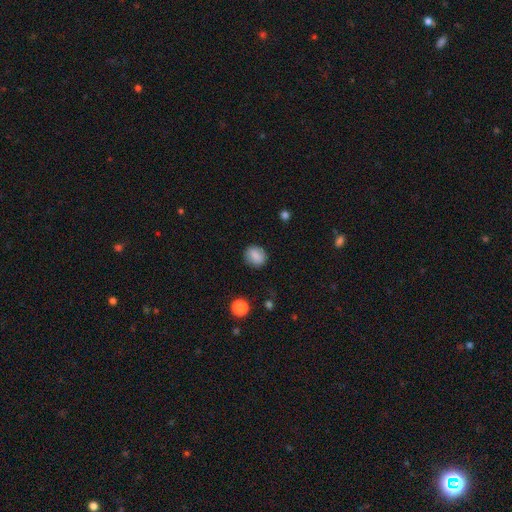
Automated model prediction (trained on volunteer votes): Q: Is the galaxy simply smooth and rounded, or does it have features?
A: smooth — 85%.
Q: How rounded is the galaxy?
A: round — 71%.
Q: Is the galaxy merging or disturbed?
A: none — 87%.